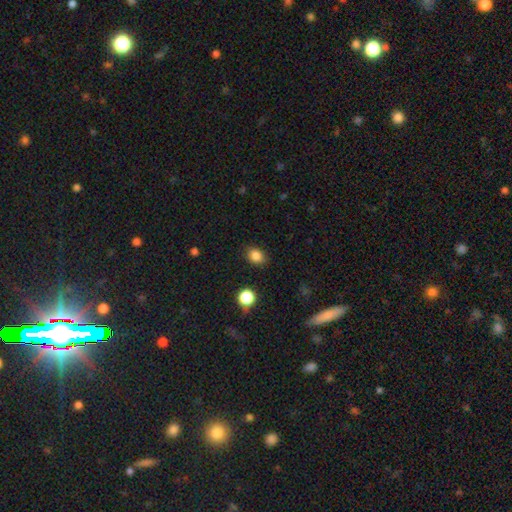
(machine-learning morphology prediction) This is clearly a smooth galaxy (84%). How rounded: possibly in between (54%). Merging: clearly none (86%).